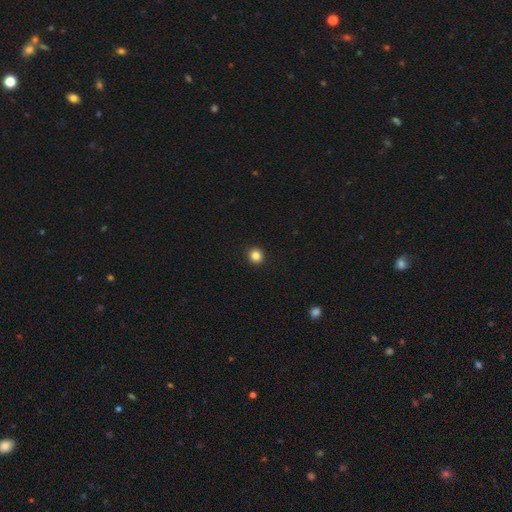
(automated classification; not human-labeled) This appears to be a smooth galaxy with no disk features (84%) that is round (93%). Merging: none (94%).